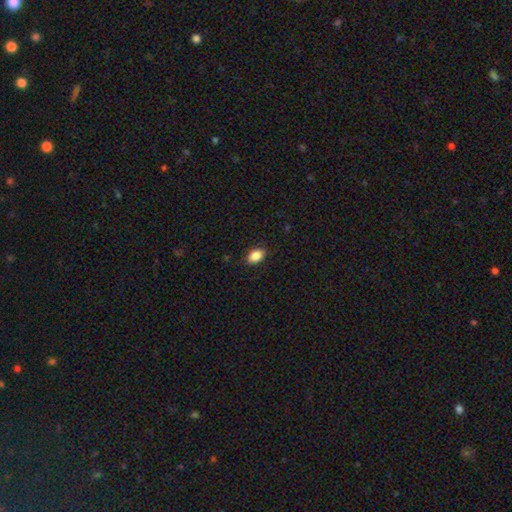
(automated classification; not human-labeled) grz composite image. It shows a smooth galaxy with no disk features (87%) that is in between round and cigar-shaped (86%). Merging: none (87%).